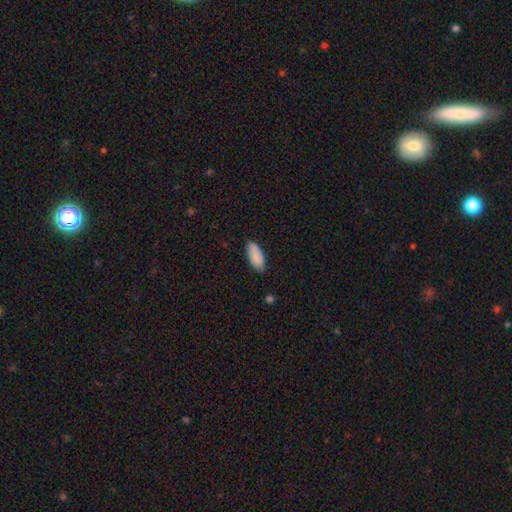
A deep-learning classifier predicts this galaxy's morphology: Smooth or featured? smooth (89%)
How rounded? in between (87%)
Merging? none (81%)